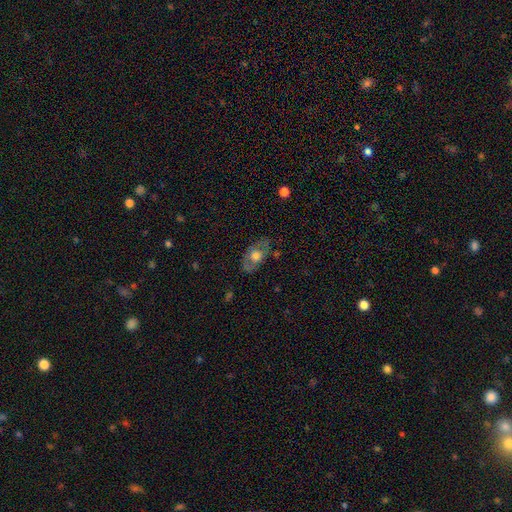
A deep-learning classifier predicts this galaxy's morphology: Q: Smooth or featured?
A: smooth (52%); runner-up: featured or disk (41%)
Q: How rounded?
A: in between (82%); runner-up: round (15%)
Q: Merging?
A: none (73%); runner-up: minor disturbance (18%)